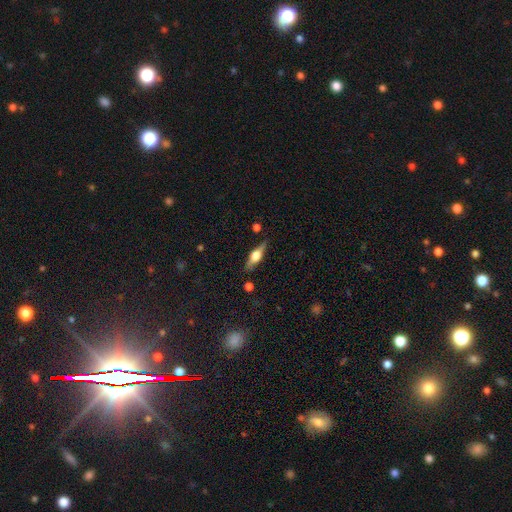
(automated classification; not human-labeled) Smooth or featured: featured or disk — 61% (smooth — 32%)
Edge-on disk: yes — 94% (no — 6%)
Edge-on bulge: rounded — 90% (boxy — 8%)
Merging: none — 83% (minor disturbance — 12%)